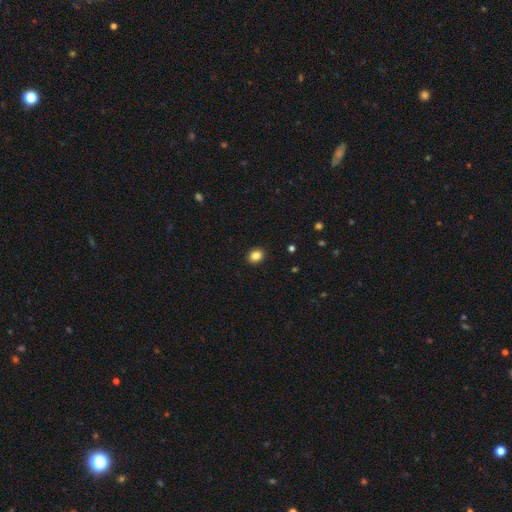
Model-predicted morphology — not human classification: The model was most divided on "how rounded": round: 52%, in between: 47%, cigar-shaped: 1%. More confident: merging — none (91%); smooth or featured — smooth (86%).